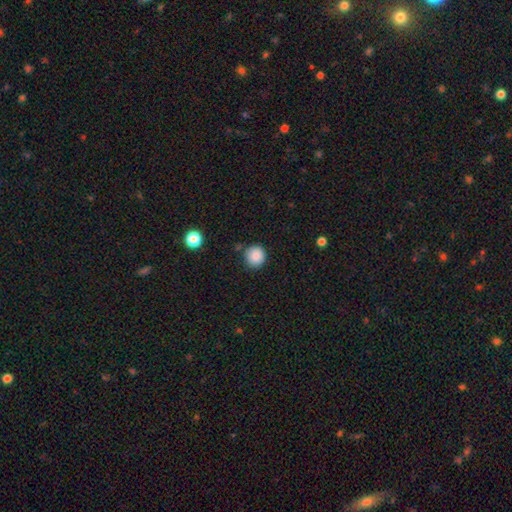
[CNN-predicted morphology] A smooth galaxy with no disk features (87%) that is round (93%). Merging: none (85%).